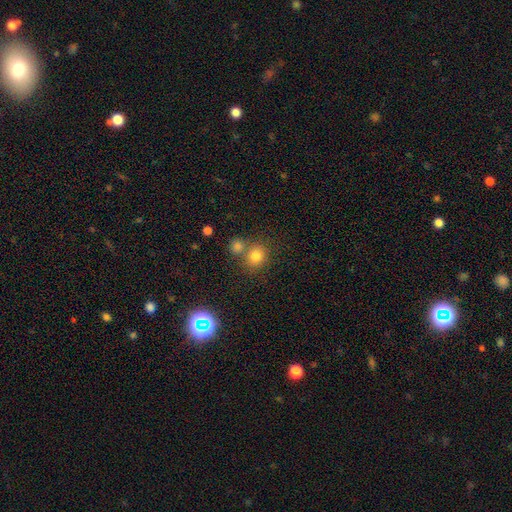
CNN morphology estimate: Smooth or featured? smooth (78%)
How rounded? round (78%)
Merging? none (61%)